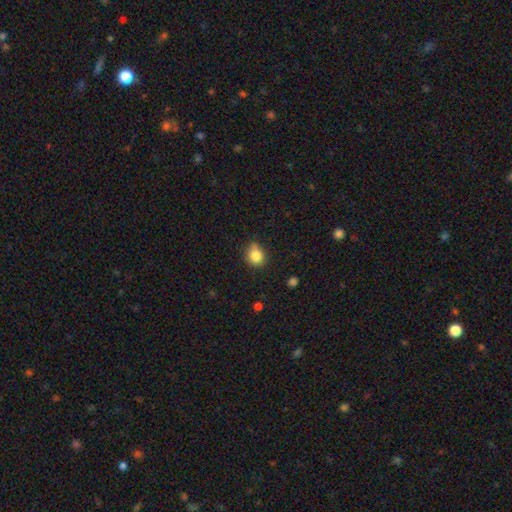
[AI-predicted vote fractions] smooth-or-featured: smooth: 83% | star or artifact: 11% | featured or disk: 7%
  how-rounded: round: 78% | in between: 21% | cigar-shaped: 1%
  merging: none: 62% | minor disturbance: 28% | major disturbance: 5% | merger: 5%